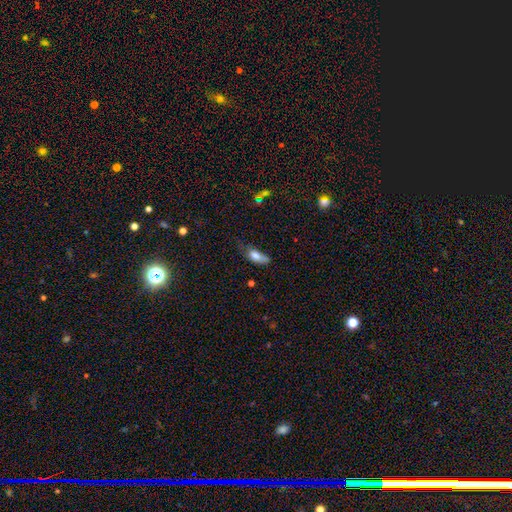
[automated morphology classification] The model was most divided on "merging": minor disturbance: 39%, none: 32%, major disturbance: 25%, merger: 5%. More confident: how rounded — in between (77%); smooth or featured — smooth (75%).